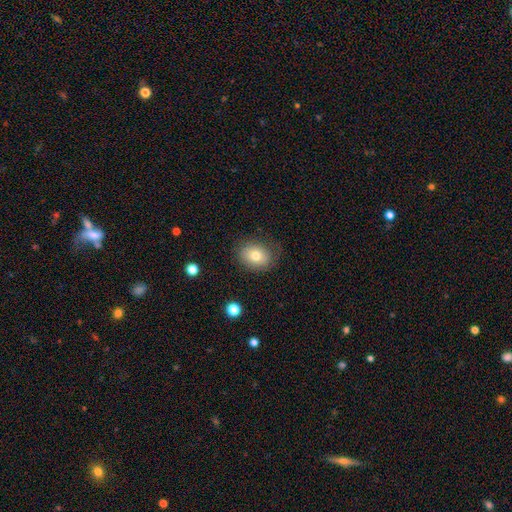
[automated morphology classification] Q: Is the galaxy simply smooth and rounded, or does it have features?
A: smooth — 74%.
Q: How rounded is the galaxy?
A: in between — 53%.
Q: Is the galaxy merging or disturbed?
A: none — 74%.